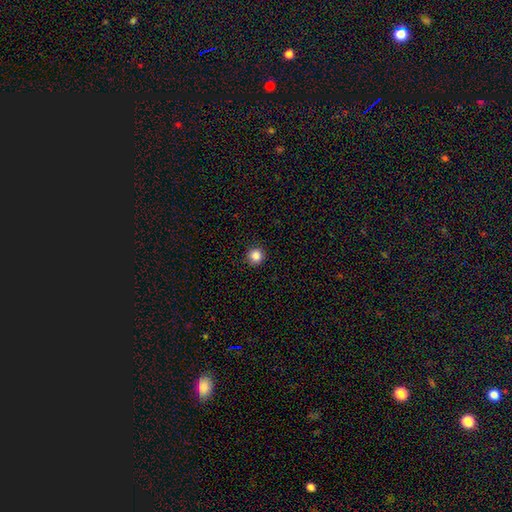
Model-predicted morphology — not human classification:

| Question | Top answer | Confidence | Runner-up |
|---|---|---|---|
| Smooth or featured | smooth | 85% | star or artifact (11%) |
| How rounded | round | 94% | in between (5%) |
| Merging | none | 92% | minor disturbance (6%) |